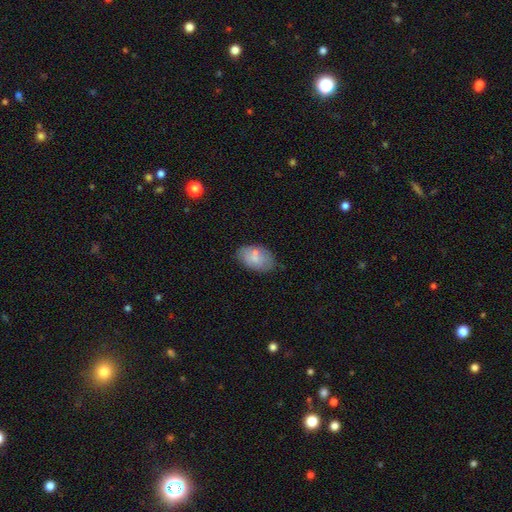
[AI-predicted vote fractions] smooth_or_featured: smooth (p=0.74) [alt: featured or disk p=0.19]
how_rounded: in between (p=0.93) [alt: round p=0.06]
merging: none (p=0.72) [alt: minor disturbance p=0.19]